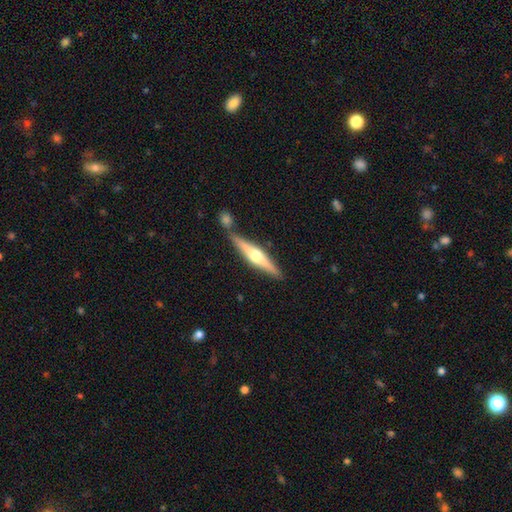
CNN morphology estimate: type=featured or disk (68%); edge-on=yes (96%); edge-on bulge=rounded (92%); merging=none (71%).